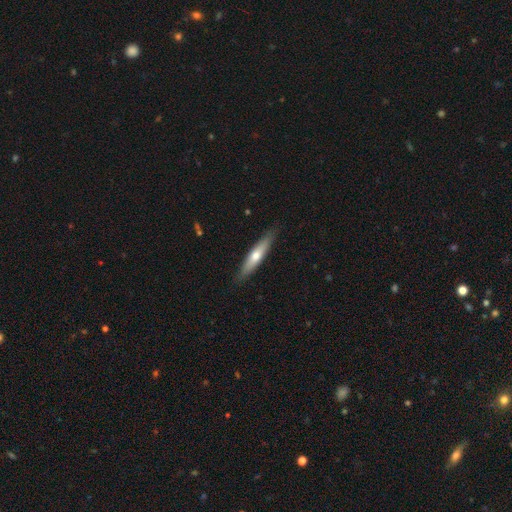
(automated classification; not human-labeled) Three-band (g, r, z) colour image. It shows a smooth galaxy with no disk features (54%) that is cigar-shaped (84%). Merging: none (87%).